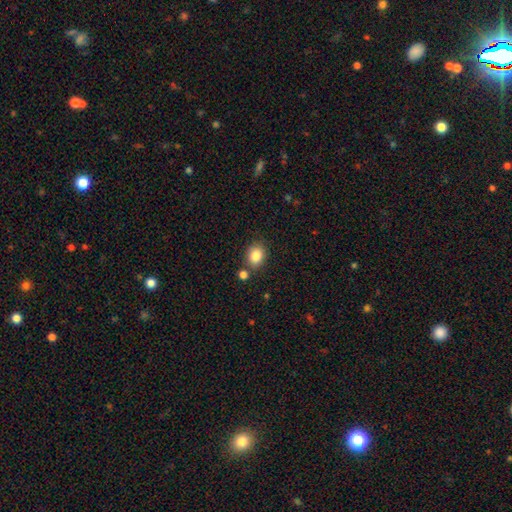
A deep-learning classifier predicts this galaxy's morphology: This appears to be a smooth galaxy with no disk features (85%) that is in between round and cigar-shaped (50%). Merging: none (74%).